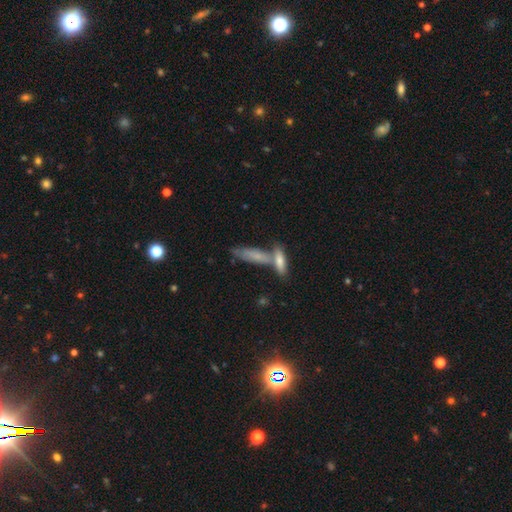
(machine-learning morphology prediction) Smooth or featured? smooth (68%)
How rounded? cigar-shaped (57%)
Merging? none (43%)